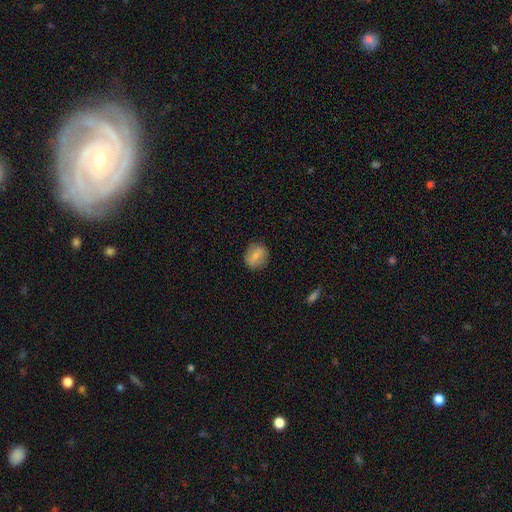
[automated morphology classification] A smooth galaxy with no disk features (72%) that is round (62%). Merging: none (85%).